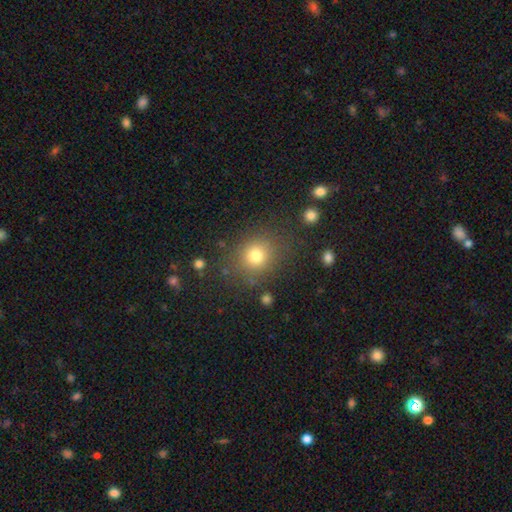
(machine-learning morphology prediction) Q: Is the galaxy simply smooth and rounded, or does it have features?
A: smooth — 77%.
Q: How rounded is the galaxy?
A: round — 79%.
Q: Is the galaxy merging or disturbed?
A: none — 80%.